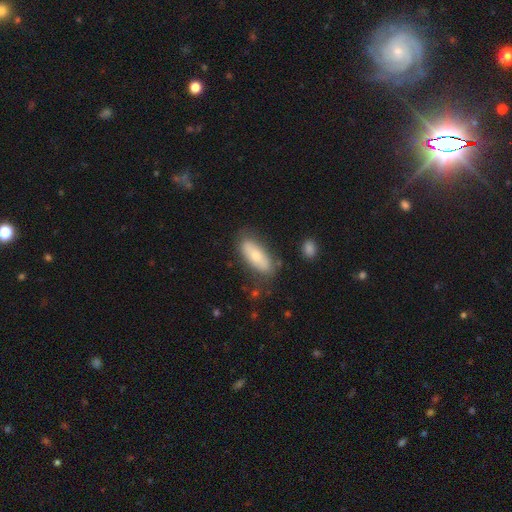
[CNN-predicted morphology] This appears to be a smooth galaxy with no disk features (62%) that is in between round and cigar-shaped (75%). Merging: none (75%).